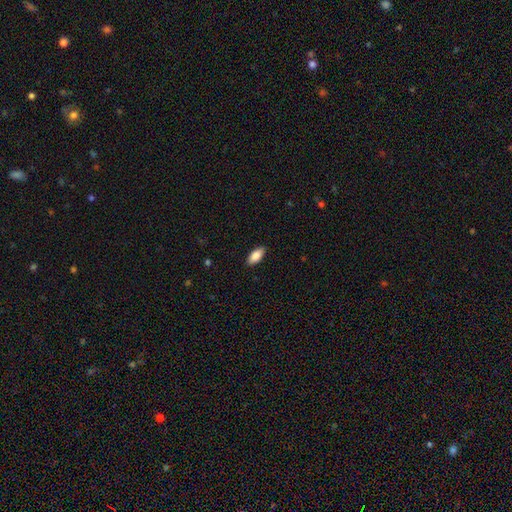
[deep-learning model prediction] The model was most divided on "how rounded": in between: 89%, cigar-shaped: 9%, round: 2%. More confident: merging — none (89%); smooth or featured — smooth (87%).